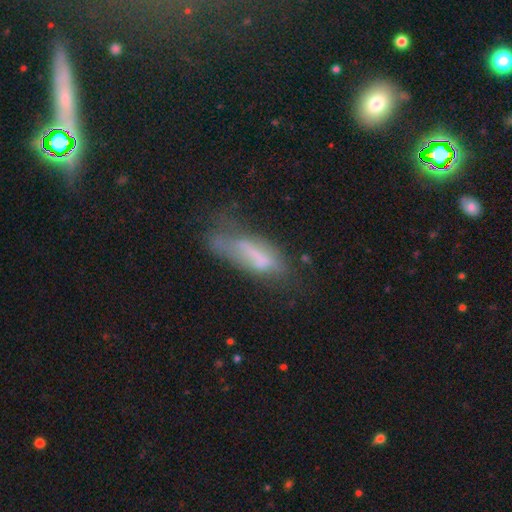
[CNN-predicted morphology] Smooth or featured: smooth — 50% (featured or disk — 38%)
How rounded: cigar-shaped — 50% (in between — 48%)
Merging: none — 32% (major disturbance — 31%)